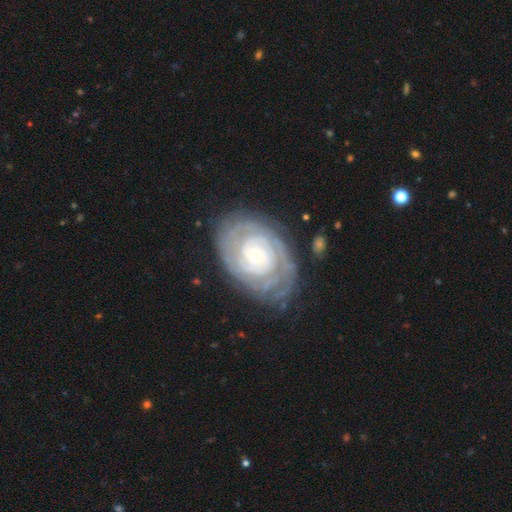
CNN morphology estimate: This is clearly a featured or disk galaxy (85%). It is clearly not viewed edge-on (96%). Bar: likely no (75%). Spiral arm pattern: clearly yes (92%). Spiral arm count: marginally can't tell (42%). Spiral winding: clearly tight (81%). Central bulge: likely small (66%). Merging: likely none (76%).